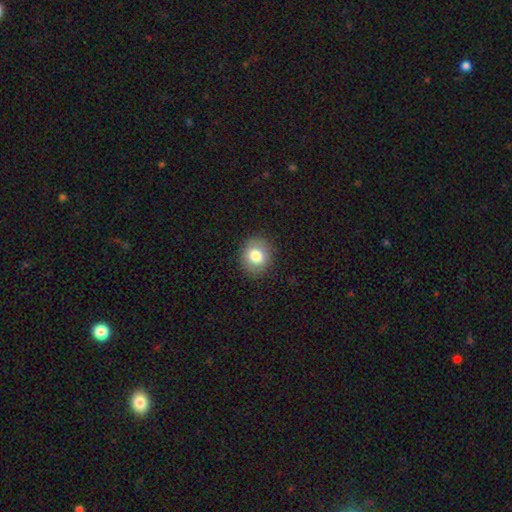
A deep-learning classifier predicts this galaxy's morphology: Q: Smooth or featured?
A: smooth (80%); runner-up: featured or disk (11%)
Q: How rounded?
A: round (71%); runner-up: in between (28%)
Q: Merging?
A: none (88%); runner-up: minor disturbance (9%)